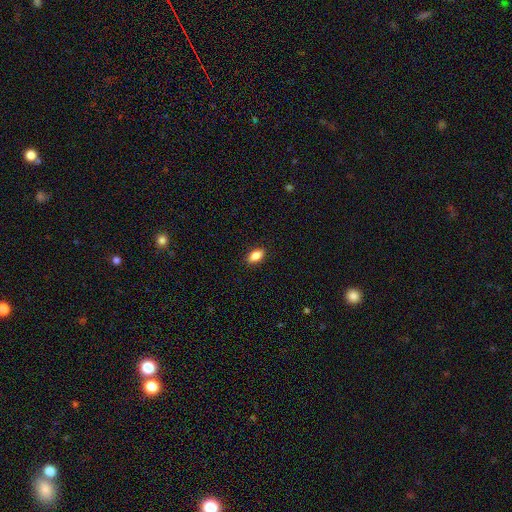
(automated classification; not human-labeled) The model was most divided on "smooth or featured": smooth: 82%, featured or disk: 10%, star or artifact: 8%. More confident: merging — none (89%); how rounded — in between (87%).